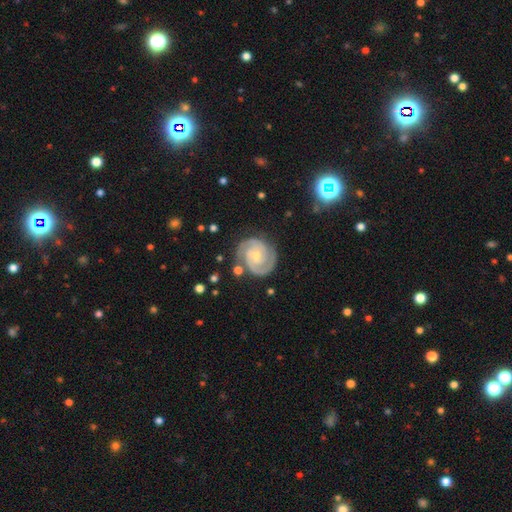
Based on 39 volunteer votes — featured or disk 97%, star or artifact 3%, smooth 0%. Down the decision tree: edge-on disk — no (100%); bar — no (63%); spiral arms — yes (100%); spiral arm count — 2 (95%); spiral winding — tight (61%); bulge size — small (50%); merging — none (82%).